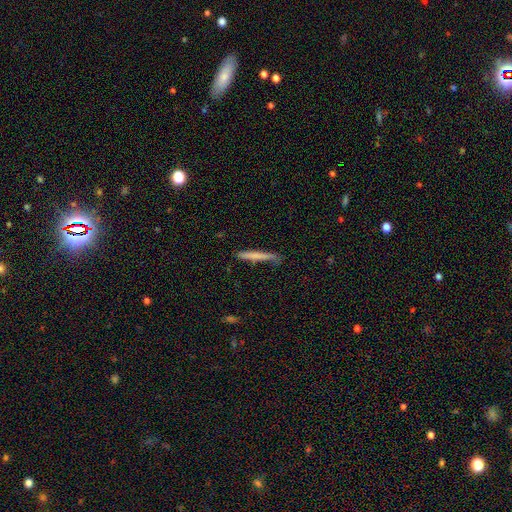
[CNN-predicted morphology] smooth-or-featured: smooth: 67% | featured or disk: 27% | star or artifact: 6%
  how-rounded: cigar-shaped: 96% | in between: 3% | round: 1%
  merging: none: 76% | minor disturbance: 18% | major disturbance: 4% | merger: 2%